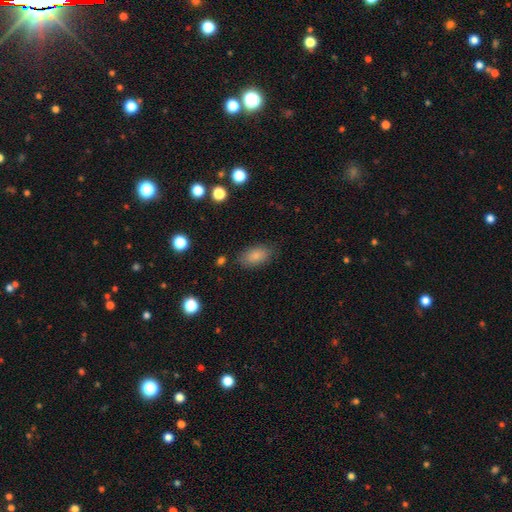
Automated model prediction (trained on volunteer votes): A smooth galaxy with no disk features (85%) that is in between round and cigar-shaped (91%). Merging: none (82%).